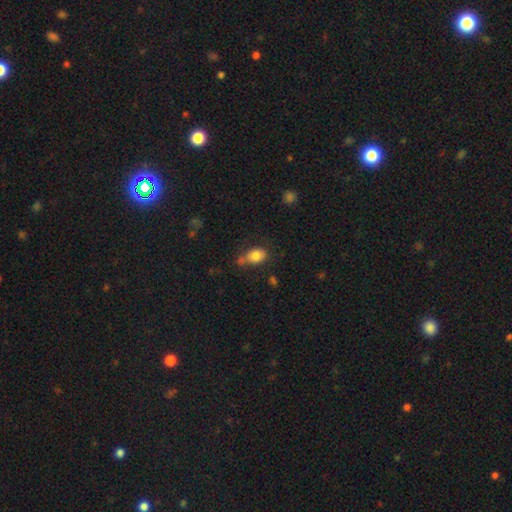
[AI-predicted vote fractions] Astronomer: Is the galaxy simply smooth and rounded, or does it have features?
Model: smooth — 82%.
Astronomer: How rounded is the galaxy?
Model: in between — 76%.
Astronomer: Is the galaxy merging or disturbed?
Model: none — 52%.